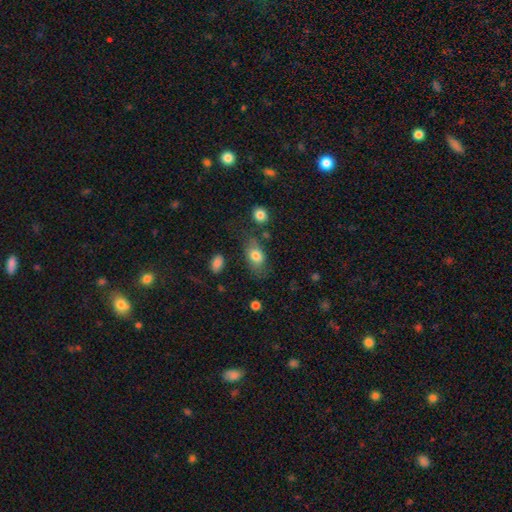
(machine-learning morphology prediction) smooth 77%, featured or disk 14%, star or artifact 9%. Down the decision tree: how rounded — in between (83%); merging — none (61%).